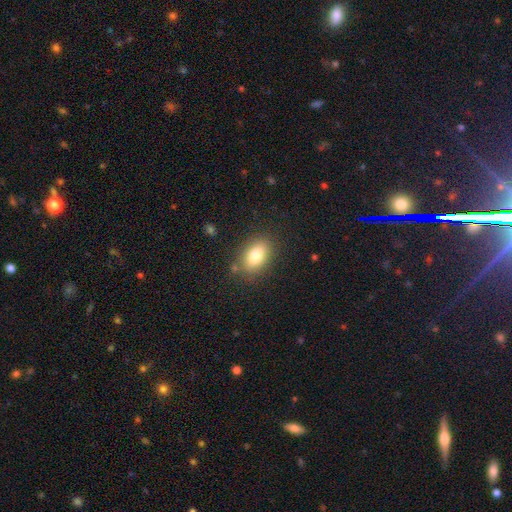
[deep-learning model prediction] Q: Smooth or featured?
A: smooth (80%); runner-up: featured or disk (11%)
Q: How rounded?
A: in between (84%); runner-up: round (14%)
Q: Merging?
A: none (82%); runner-up: minor disturbance (12%)